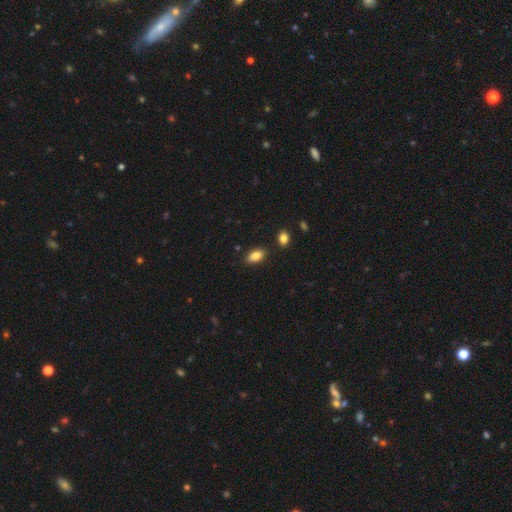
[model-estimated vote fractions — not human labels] A smooth galaxy with no disk features (86%) that is in between round and cigar-shaped (92%). Merging: none (85%).